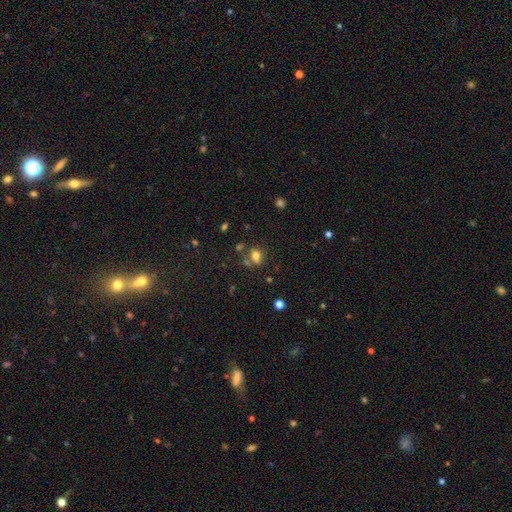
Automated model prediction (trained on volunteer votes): smooth_or_featured: smooth (p=0.73) [alt: star or artifact p=0.17]
how_rounded: round (p=0.57) [alt: in between p=0.42]
merging: none (p=0.57) [alt: merger p=0.21]